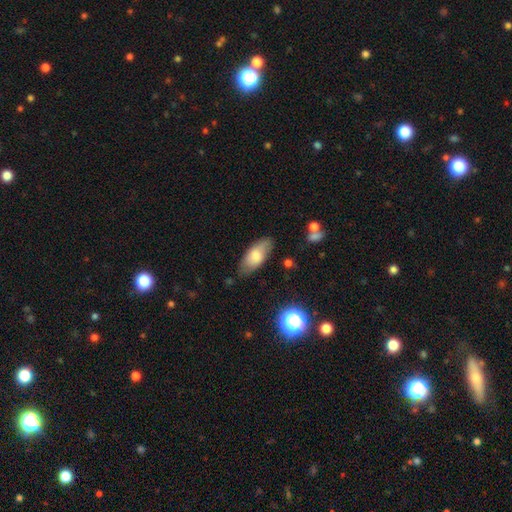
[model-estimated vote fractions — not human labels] Morphology: type=smooth (73%); roundness=in between (84%); merging=none (76%).